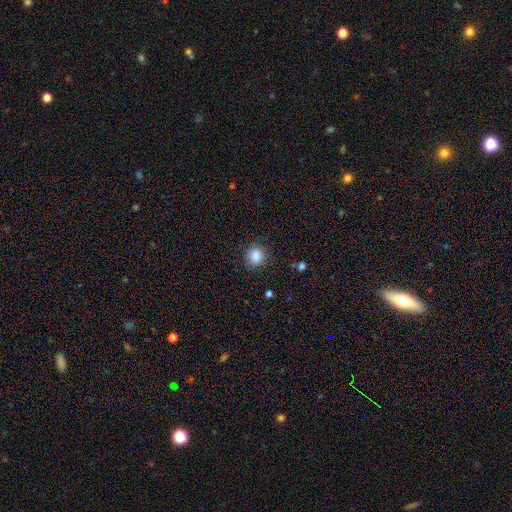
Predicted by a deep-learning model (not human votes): Smooth or featured?
  - smooth: 85% *
  - star or artifact: 11%
  - featured or disk: 5%
How rounded?
  - round: 87% *
  - in between: 12%
  - cigar-shaped: 1%
Merging?
  - none: 87% *
  - minor disturbance: 9%
  - major disturbance: 3%
  - merger: 1%